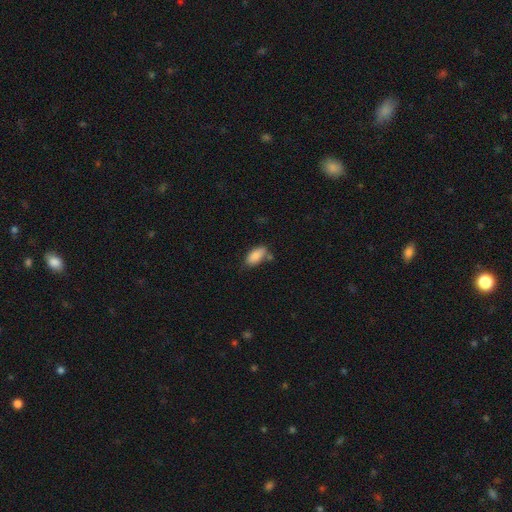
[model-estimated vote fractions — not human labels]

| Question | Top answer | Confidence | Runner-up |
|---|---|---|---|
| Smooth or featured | smooth | 85% | featured or disk (8%) |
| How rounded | in between | 91% | cigar-shaped (6%) |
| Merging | none | 64% | minor disturbance (21%) |